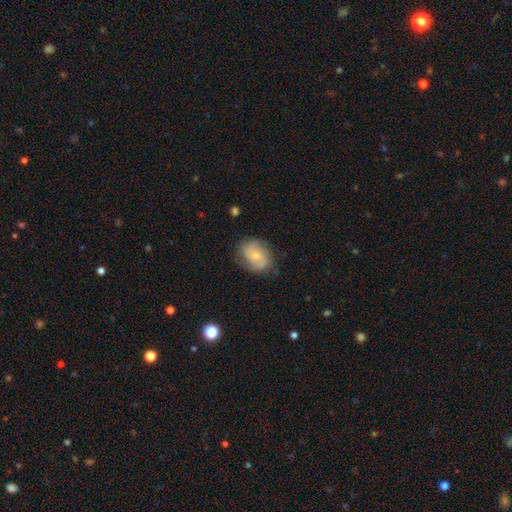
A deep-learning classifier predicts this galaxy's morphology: Smooth or featured? featured or disk (64%)
Edge-on disk? no (97%)
Bar? no (70%)
Spiral arms? yes (91%)
Spiral winding? medium (44%)
Spiral arm count? 2 (56%)
Bulge size? small (63%)
Merging? none (74%)